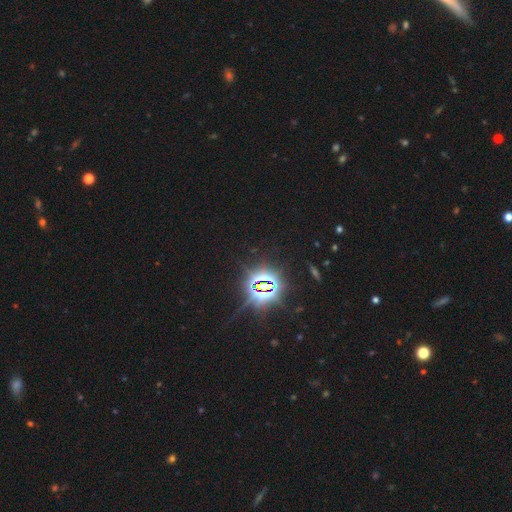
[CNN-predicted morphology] Smooth or featured?
  - star or artifact: 83% *
  - smooth: 11%
  - featured or disk: 6%